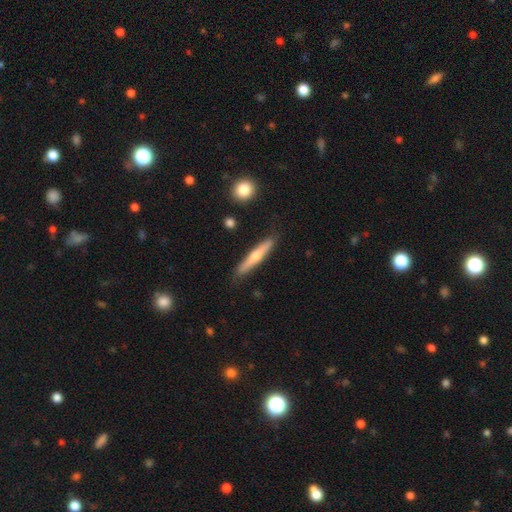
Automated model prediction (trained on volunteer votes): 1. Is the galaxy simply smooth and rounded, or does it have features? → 50% featured or disk, 44% smooth, 6% star or artifact.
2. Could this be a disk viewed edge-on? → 94% yes, 6% no.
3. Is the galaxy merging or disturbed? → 87% none, 10% minor disturbance, 2% major disturbance, 2% merger.